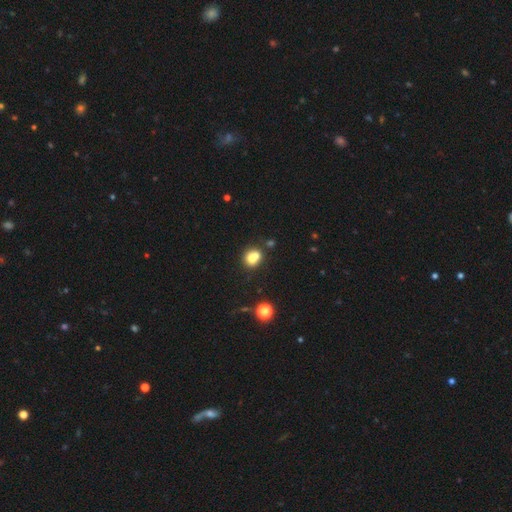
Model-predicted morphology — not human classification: Overall: smooth (73%). How rounded: round (76%). Merging: none (44%; merger 43%).